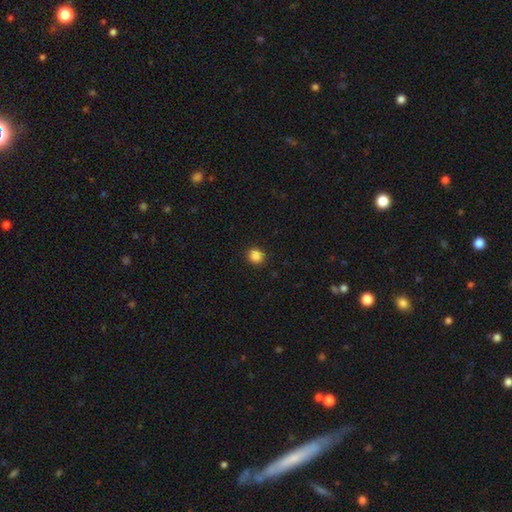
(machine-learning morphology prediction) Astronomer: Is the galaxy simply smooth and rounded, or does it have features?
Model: smooth — 86%.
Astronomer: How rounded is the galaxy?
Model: round — 90%.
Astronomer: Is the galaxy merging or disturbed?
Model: none — 92%.